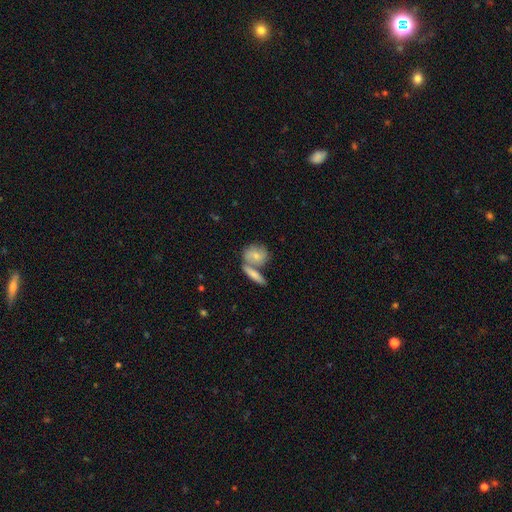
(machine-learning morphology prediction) The model was most divided on "how rounded": round: 46%, in between: 44%, cigar-shaped: 10%. Remaining: smooth or featured — smooth (59%); merging — none (44%).